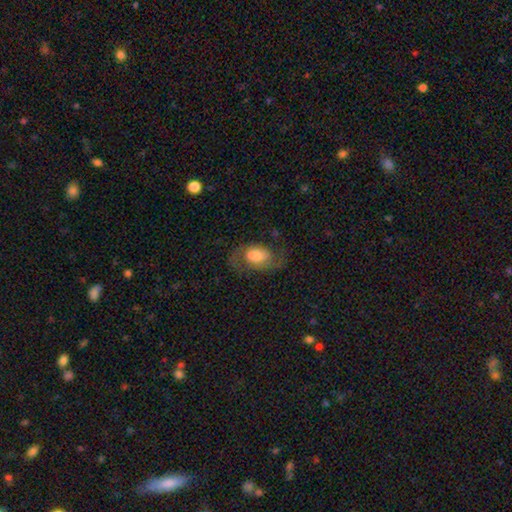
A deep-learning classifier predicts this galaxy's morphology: Q: Smooth or featured?
A: featured or disk (48%); runner-up: smooth (43%)
Q: Merging?
A: none (59%); runner-up: minor disturbance (21%)